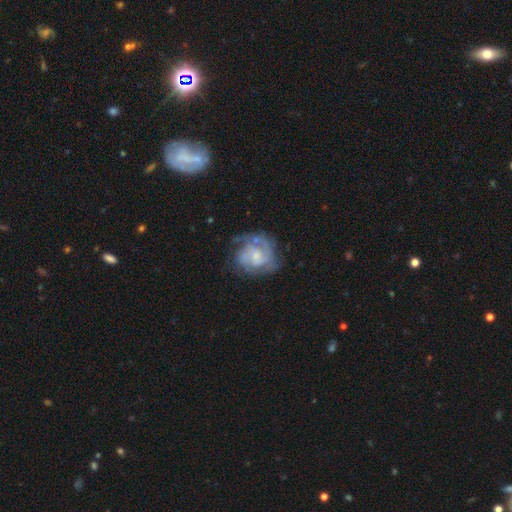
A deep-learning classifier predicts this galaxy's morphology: featured or disk 78%, smooth 16%, star or artifact 6%. Down the decision tree: edge-on disk — no (98%); bar — no (64%); spiral arms — yes (89%); spiral arm count — 2 (36%); spiral winding — tight (49%); bulge size — small (48%); merging — none (59%).